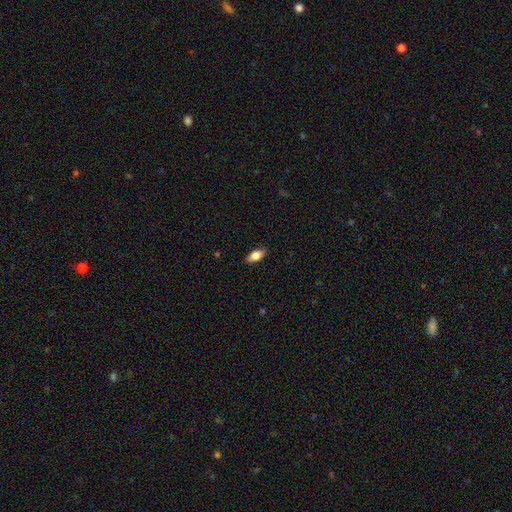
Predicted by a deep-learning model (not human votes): Smooth or featured? Predicted: smooth (p=0.78). How rounded? Predicted: in between (p=0.86). Merging? Predicted: none (p=0.87).